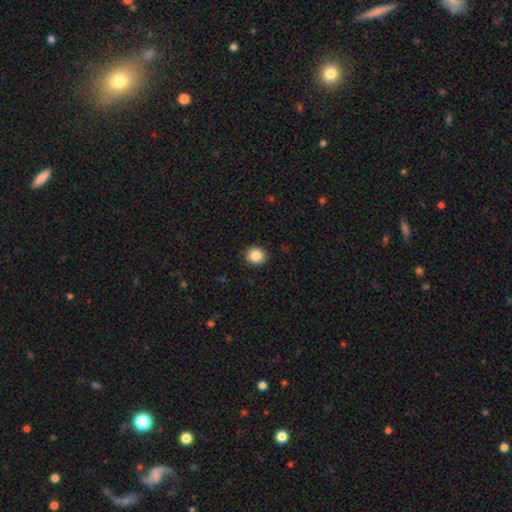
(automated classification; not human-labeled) smooth 86%, star or artifact 10%, featured or disk 4%. Down the decision tree: how rounded — round (87%); merging — none (91%).